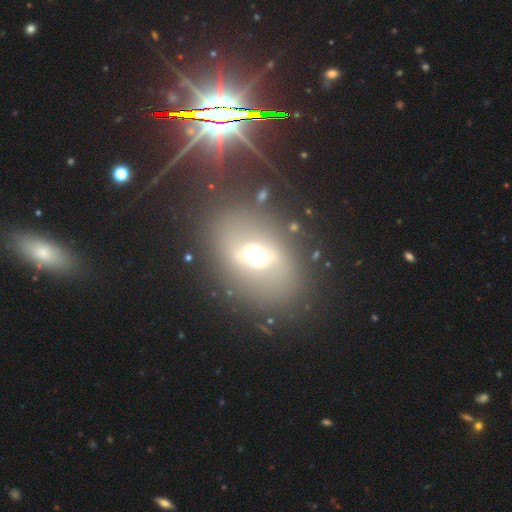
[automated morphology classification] Q: Smooth or featured?
A: featured or disk (45%); runner-up: smooth (39%)
Q: Merging?
A: none (78%); runner-up: minor disturbance (11%)